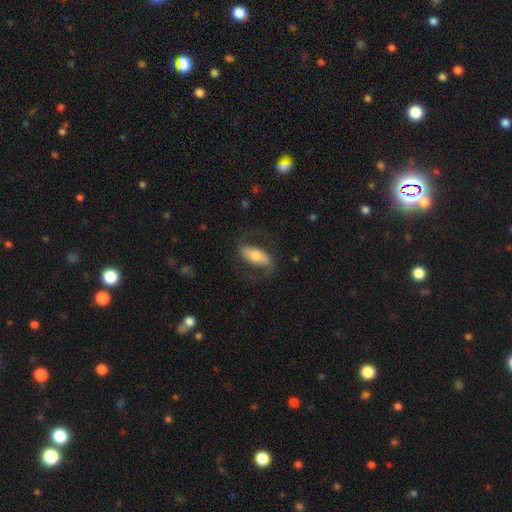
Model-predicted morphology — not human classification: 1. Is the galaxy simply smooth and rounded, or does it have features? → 62% featured or disk, 32% smooth, 6% star or artifact.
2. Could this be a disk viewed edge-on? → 90% no, 10% yes.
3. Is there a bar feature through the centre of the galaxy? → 40% strong, 31% no, 29% weak.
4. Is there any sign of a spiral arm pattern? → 85% yes, 15% no.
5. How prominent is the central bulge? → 59% moderate, 18% small, 18% large, 3% dominant, 2% none.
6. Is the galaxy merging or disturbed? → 71% none, 15% minor disturbance, 13% major disturbance, 1% merger.